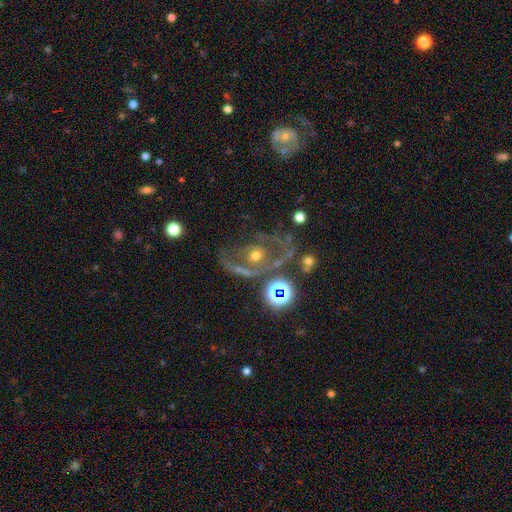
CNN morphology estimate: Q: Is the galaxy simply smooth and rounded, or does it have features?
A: featured or disk — 57%.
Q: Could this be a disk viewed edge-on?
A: no — 96%.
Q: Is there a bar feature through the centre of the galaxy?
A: no — 78%.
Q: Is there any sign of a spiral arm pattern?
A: yes — 52%.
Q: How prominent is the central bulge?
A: moderate — 60%.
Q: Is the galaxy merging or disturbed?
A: none — 42%.